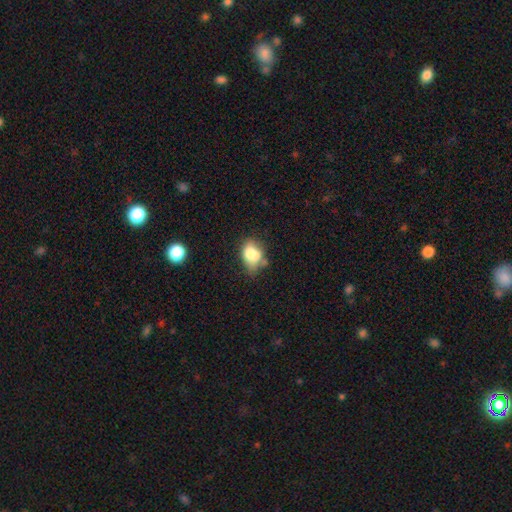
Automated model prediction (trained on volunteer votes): The model was most divided on "merging": none: 38%, minor disturbance: 31%, merger: 19%, major disturbance: 13%. More confident: smooth or featured — smooth (75%); how rounded — in between (68%).